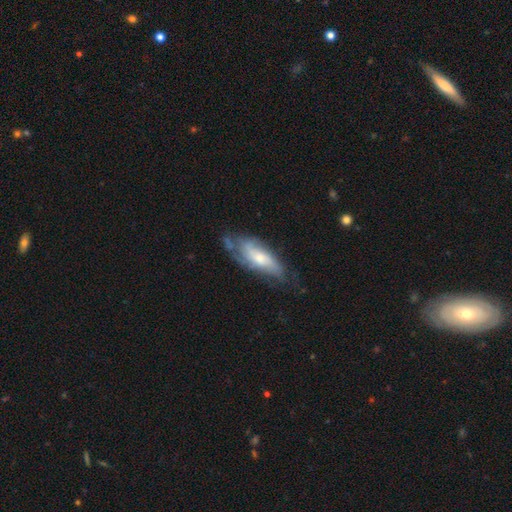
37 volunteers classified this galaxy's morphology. Smooth or featured: featured or disk — 81% (smooth — 19%)
Edge-on disk: no — 70% (yes — 30%)
Bar: no — 67% (weak — 33%)
Spiral arms: yes — 71% (no — 29%)
Spiral winding: tight — 53% (loose — 27%)
Spiral arm count: can't tell — 87% (2 — 13%)
Bulge size: moderate — 52% (small — 24%)
Merging: none — 78% (minor disturbance — 19%)